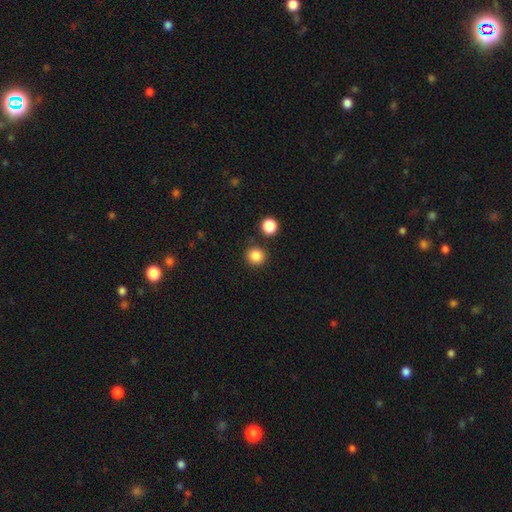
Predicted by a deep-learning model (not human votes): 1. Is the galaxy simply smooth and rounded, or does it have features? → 86% smooth, 11% star or artifact, 4% featured or disk.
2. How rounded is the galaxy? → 91% round, 8% in between, 1% cigar-shaped.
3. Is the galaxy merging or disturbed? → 86% none, 7% minor disturbance, 5% merger, 2% major disturbance.